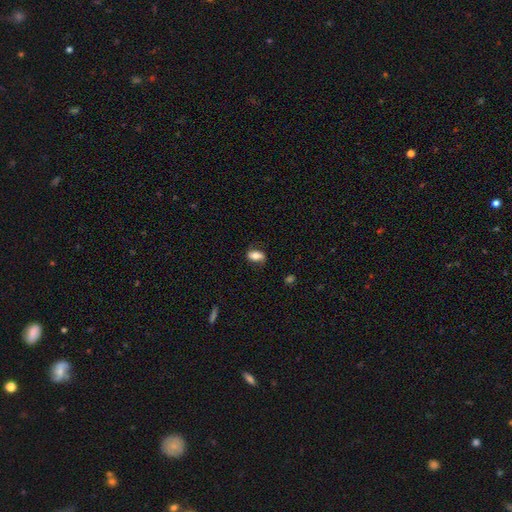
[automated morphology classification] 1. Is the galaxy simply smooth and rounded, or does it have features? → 70% smooth, 22% featured or disk, 8% star or artifact.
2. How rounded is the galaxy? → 87% in between, 7% round, 5% cigar-shaped.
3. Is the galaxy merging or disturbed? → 72% none, 21% minor disturbance, 6% major disturbance, 1% merger.